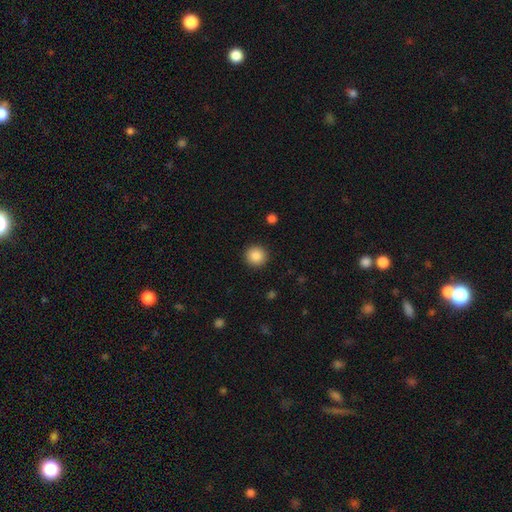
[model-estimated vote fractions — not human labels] This appears to be a smooth galaxy with no disk features (87%) that is round (95%). Merging: none (92%).